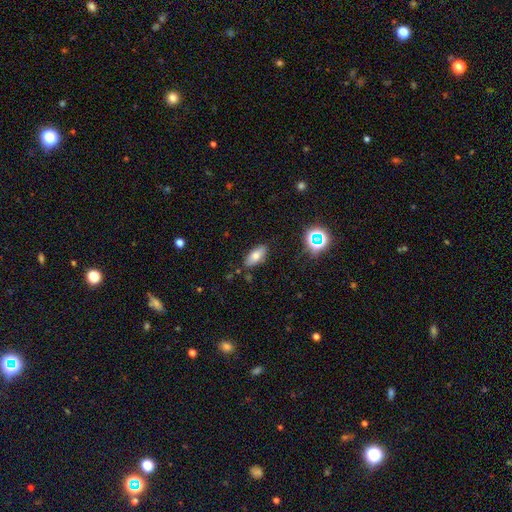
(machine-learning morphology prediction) type=smooth (74%); roundness=in between (86%); merging=none (83%).